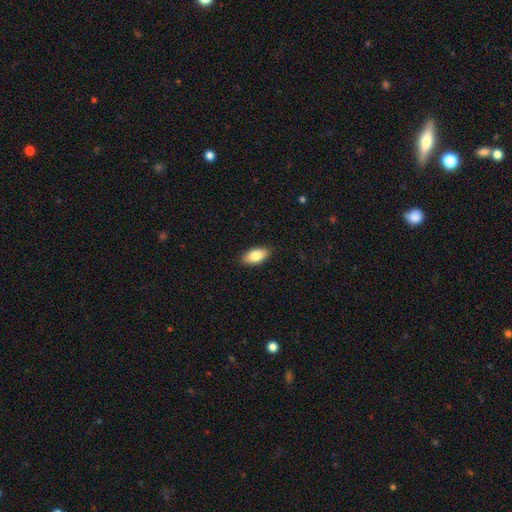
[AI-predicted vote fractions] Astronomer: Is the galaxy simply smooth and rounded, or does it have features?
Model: smooth — 82%.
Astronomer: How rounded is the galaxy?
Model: in between — 92%.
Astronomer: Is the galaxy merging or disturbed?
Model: none — 89%.